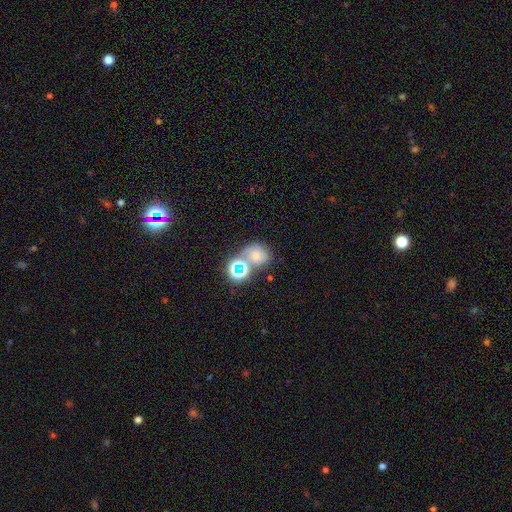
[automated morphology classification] Smooth or featured?
  - smooth: 59% *
  - star or artifact: 26%
  - featured or disk: 15%
How rounded?
  - round: 65% *
  - in between: 34%
  - cigar-shaped: 1%
Merging?
  - none: 46% *
  - merger: 35%
  - minor disturbance: 12%
  - major disturbance: 7%